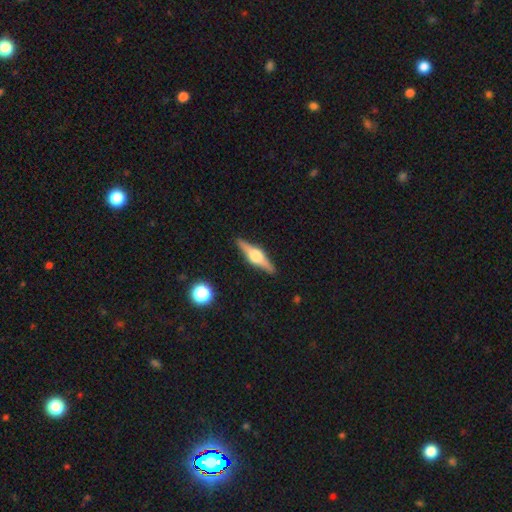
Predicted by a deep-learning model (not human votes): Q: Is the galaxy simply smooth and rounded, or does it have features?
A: featured or disk — 78%.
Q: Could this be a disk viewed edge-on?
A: yes — 98%.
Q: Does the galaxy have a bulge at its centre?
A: rounded — 91%.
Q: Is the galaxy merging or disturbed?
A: none — 90%.